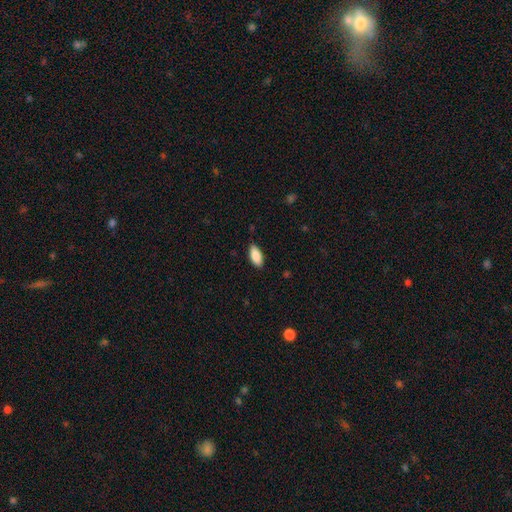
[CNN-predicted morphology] type=smooth (88%); roundness=in between (89%); merging=none (86%).